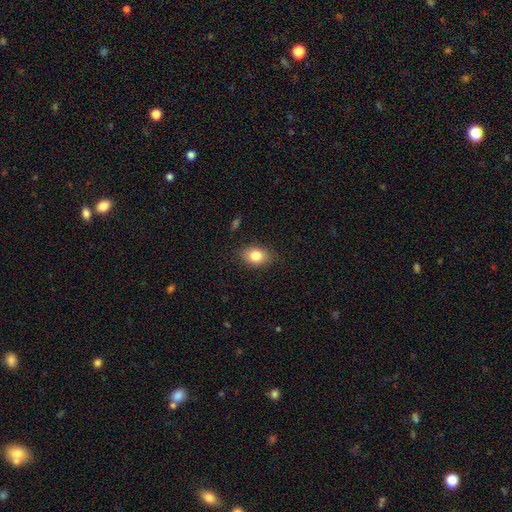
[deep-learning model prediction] A smooth galaxy with no disk features (83%) that is in between round and cigar-shaped (73%). Merging: none (85%).